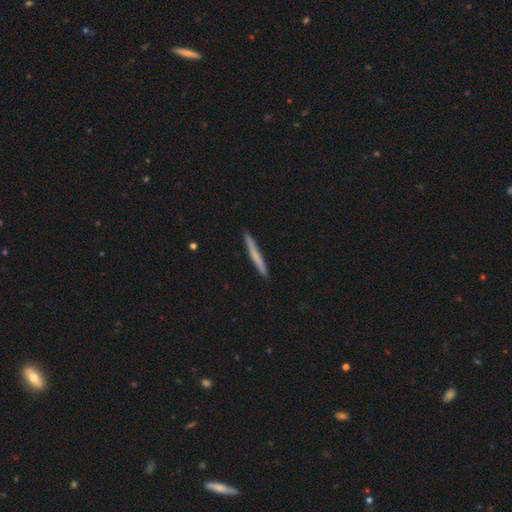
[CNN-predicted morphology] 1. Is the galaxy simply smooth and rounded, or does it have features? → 58% smooth, 36% featured or disk, 6% star or artifact.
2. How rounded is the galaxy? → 97% cigar-shaped, 2% in between, 1% round.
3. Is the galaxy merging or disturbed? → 92% none, 6% minor disturbance, 1% major disturbance, 1% merger.